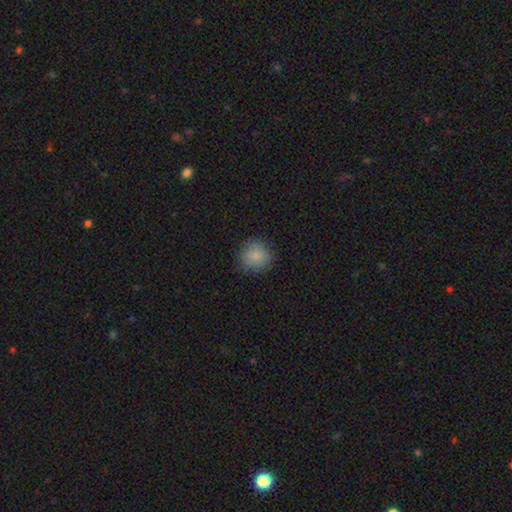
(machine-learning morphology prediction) Smooth or featured: smooth — 85% (star or artifact — 9%)
How rounded: round — 91% (in between — 8%)
Merging: none — 82% (minor disturbance — 13%)